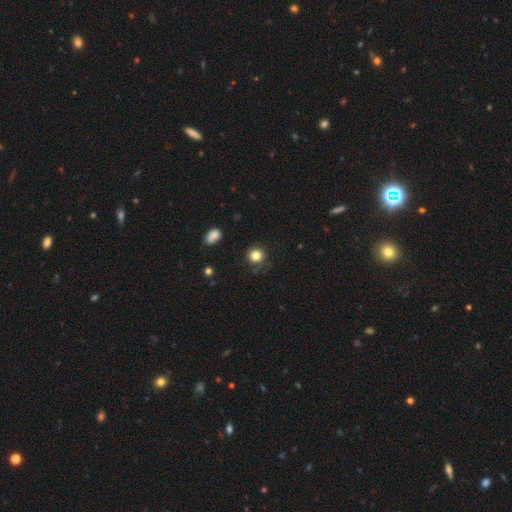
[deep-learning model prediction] Smooth or featured? smooth (82%)
How rounded? round (92%)
Merging? none (83%)